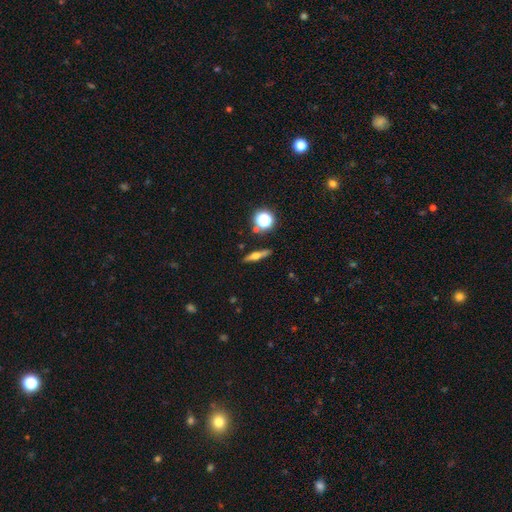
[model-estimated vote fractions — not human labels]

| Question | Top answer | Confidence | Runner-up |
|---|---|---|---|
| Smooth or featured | featured or disk | 50% | smooth (39%) |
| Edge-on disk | yes | 92% | no (8%) |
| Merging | none | 87% | minor disturbance (8%) |